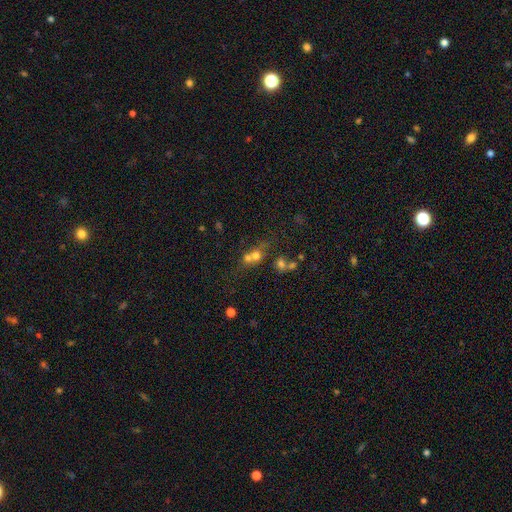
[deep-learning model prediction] A smooth galaxy with no disk features (62%) that is round (75%).

Vote fractions:
- Smooth or featured? smooth: 62% / featured or disk: 20% / star or artifact: 19%
- How rounded? round: 75% / in between: 23% / cigar-shaped: 2%
- Merging? merger: 58% / none: 30% / minor disturbance: 7% / major disturbance: 5%